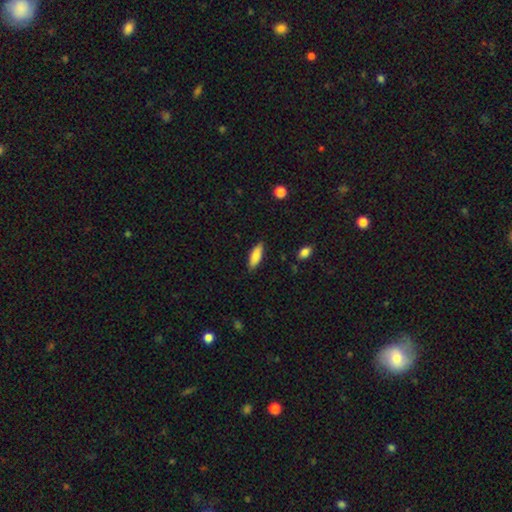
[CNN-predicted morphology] A smooth galaxy with no disk features (82%) that is in between round and cigar-shaped (61%). Merging: none (84%).